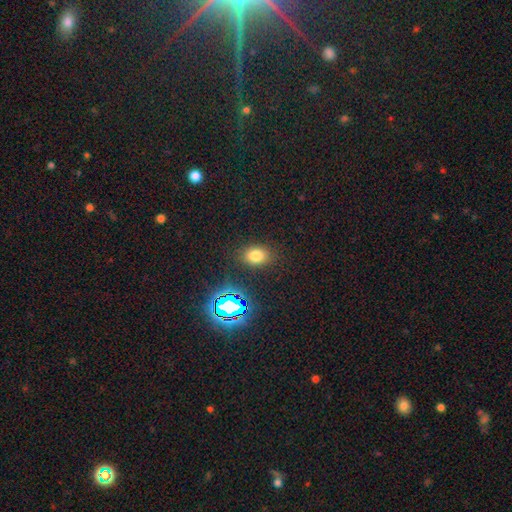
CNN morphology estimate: smooth_or_featured: smooth (p=0.73) [alt: star or artifact p=0.20]
how_rounded: in between (p=0.69) [alt: round p=0.30]
merging: none (p=0.85) [alt: minor disturbance p=0.10]